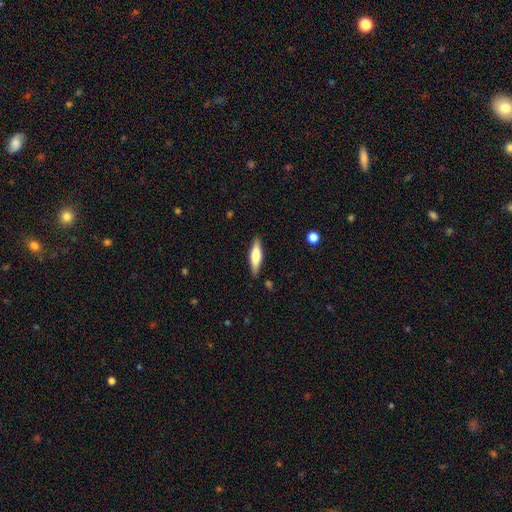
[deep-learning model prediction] Smooth or featured?
  - smooth: 62% *
  - featured or disk: 32%
  - star or artifact: 6%
How rounded?
  - cigar-shaped: 67% *
  - in between: 31%
  - round: 2%
Merging?
  - none: 87% *
  - minor disturbance: 10%
  - major disturbance: 2%
  - merger: 1%